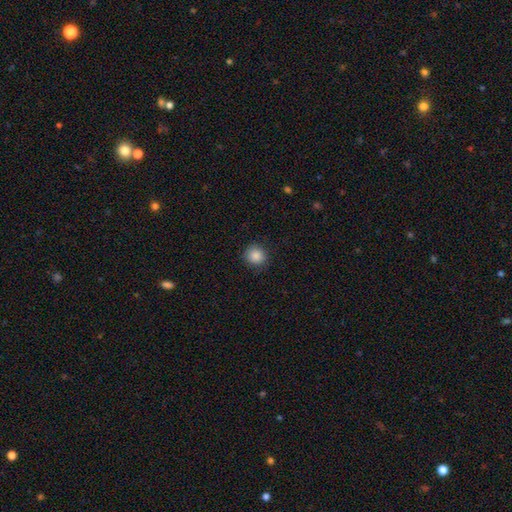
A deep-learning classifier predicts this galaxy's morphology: Smooth or featured? smooth (87%)
How rounded? round (91%)
Merging? none (88%)